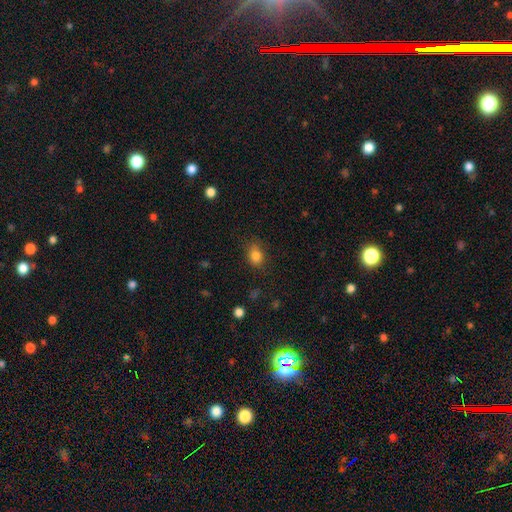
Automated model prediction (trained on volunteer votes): A smooth galaxy with no disk features (83%) that is in between round and cigar-shaped (61%). Merging: none (75%).